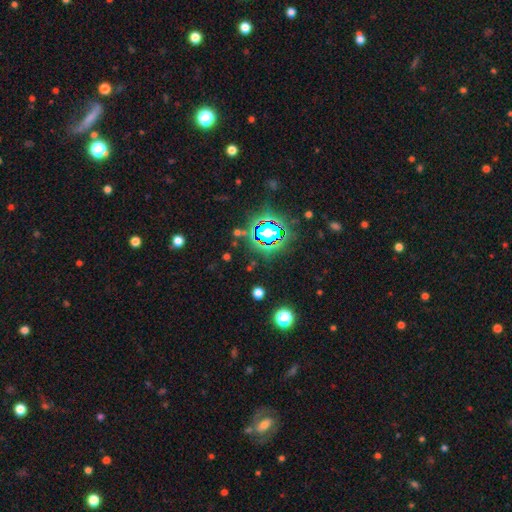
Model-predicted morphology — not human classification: type=star or artifact (83%).